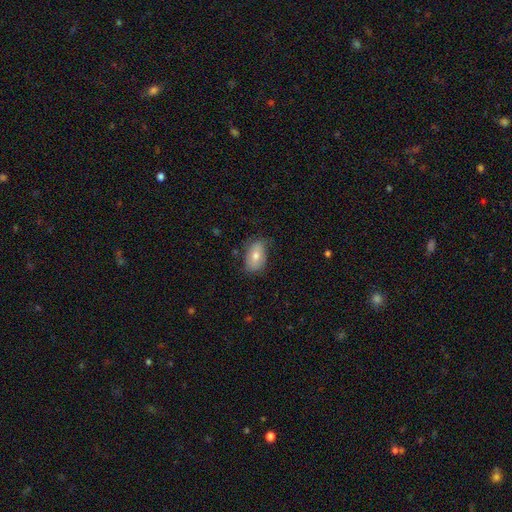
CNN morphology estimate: Smooth or featured? smooth (68%)
How rounded? in between (89%)
Merging? none (64%)